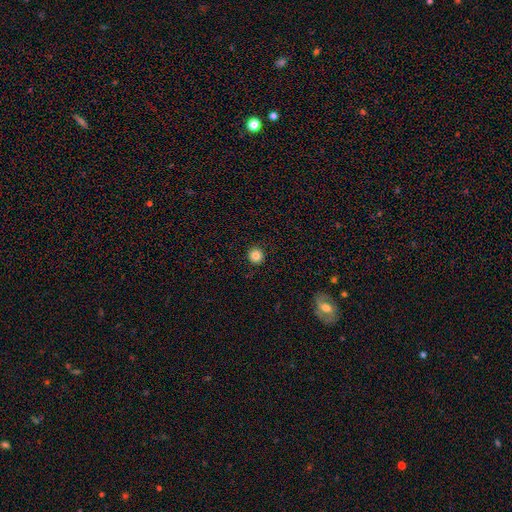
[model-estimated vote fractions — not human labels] Morphology: type=smooth (85%); roundness=round (94%); merging=none (93%).